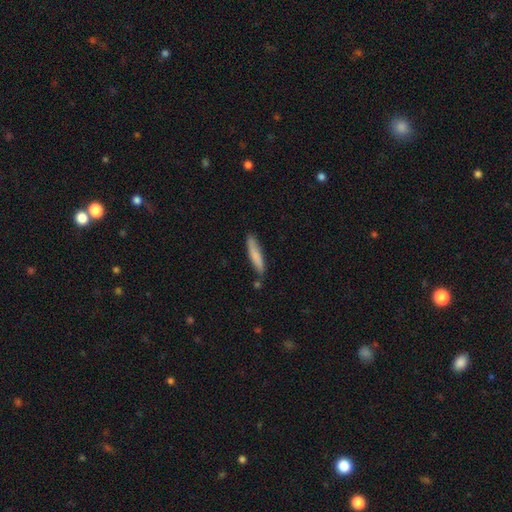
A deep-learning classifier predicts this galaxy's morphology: A smooth galaxy with no disk features (77%) that is cigar-shaped (88%). Merging: none (77%).